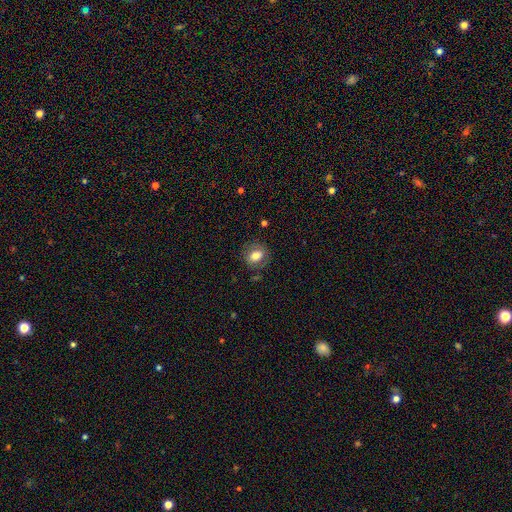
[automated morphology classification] A smooth galaxy with no disk features (73%) that is in between round and cigar-shaped (54%).

Vote fractions:
- Smooth or featured? smooth: 73% / featured or disk: 18% / star or artifact: 9%
- How rounded? in between: 54% / round: 45% / cigar-shaped: 1%
- Merging? none: 78% / minor disturbance: 14% / major disturbance: 6% / merger: 2%